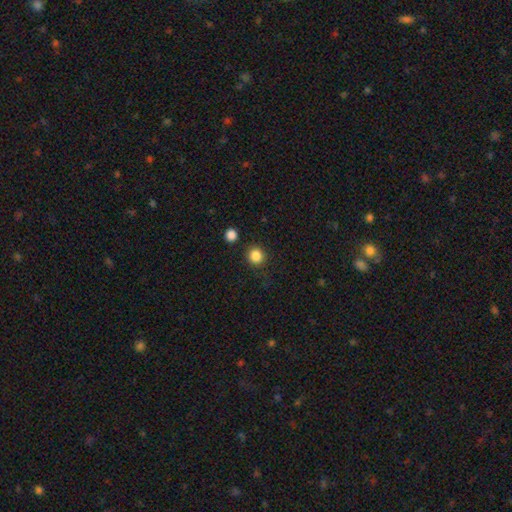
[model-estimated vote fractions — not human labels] Q: Smooth or featured?
A: smooth (86%); runner-up: star or artifact (11%)
Q: How rounded?
A: round (91%); runner-up: in between (8%)
Q: Merging?
A: none (87%); runner-up: minor disturbance (7%)